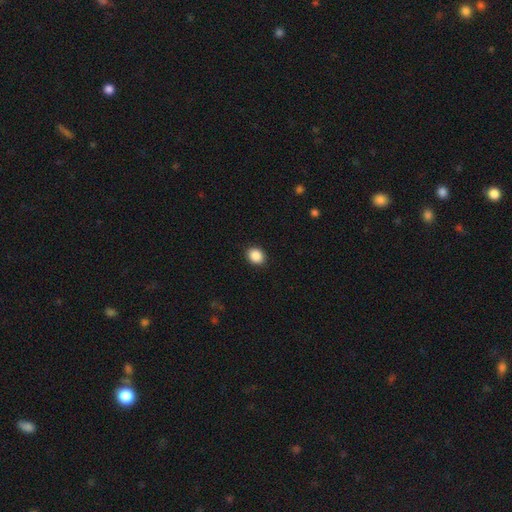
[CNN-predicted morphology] The model was most divided on "how rounded": round: 52%, in between: 47%, cigar-shaped: 1%. More confident: merging — none (91%); smooth or featured — smooth (89%).